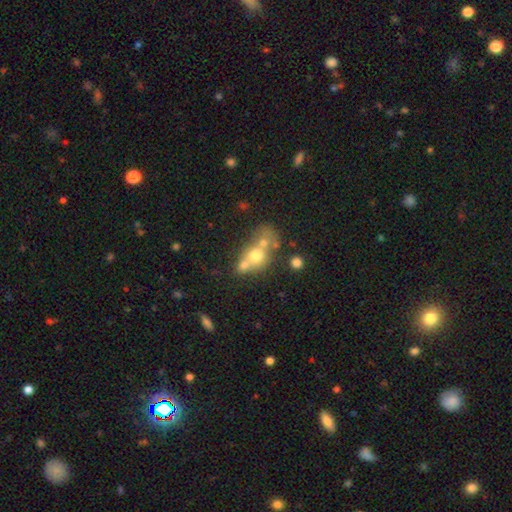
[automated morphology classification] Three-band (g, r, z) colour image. It shows a smooth galaxy with no disk features (59%) that is round (56%). Merging: merger (61%).